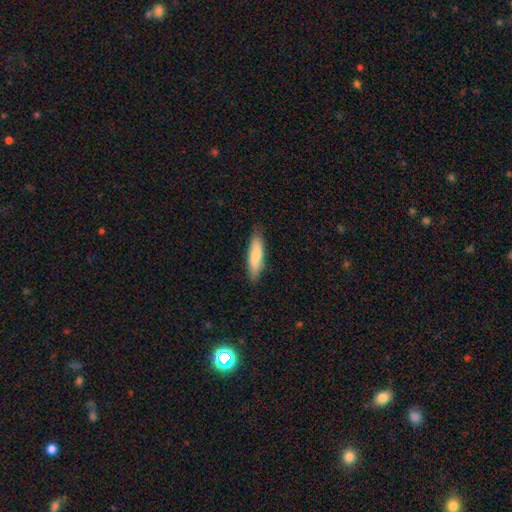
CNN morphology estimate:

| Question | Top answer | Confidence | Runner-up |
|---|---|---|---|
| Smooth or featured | smooth | 79% | featured or disk (16%) |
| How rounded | cigar-shaped | 68% | in between (31%) |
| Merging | none | 83% | minor disturbance (14%) |